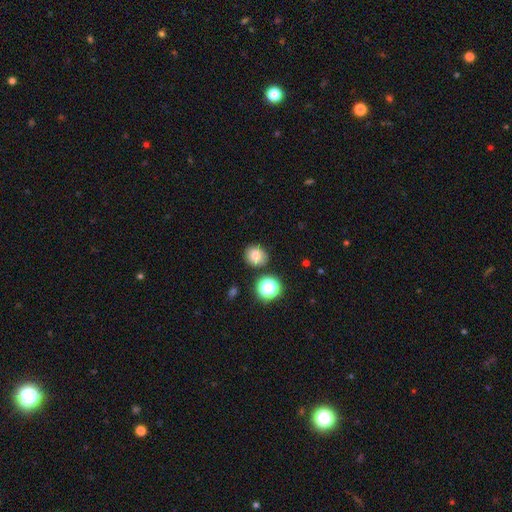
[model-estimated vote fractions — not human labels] Morphology: type=smooth (78%); roundness=round (75%); merging=none (80%).